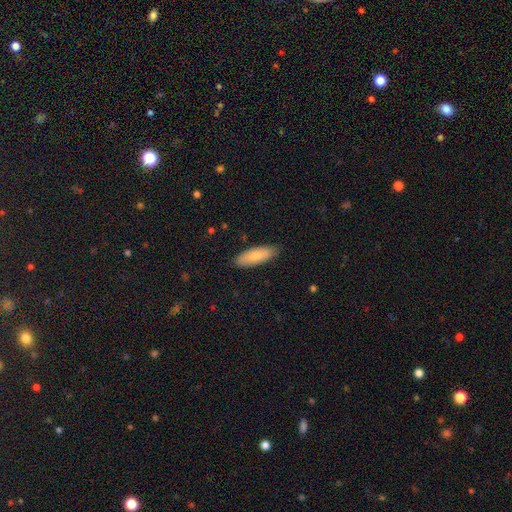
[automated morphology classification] Smooth or featured? smooth (80%)
How rounded? in between (64%)
Merging? none (85%)